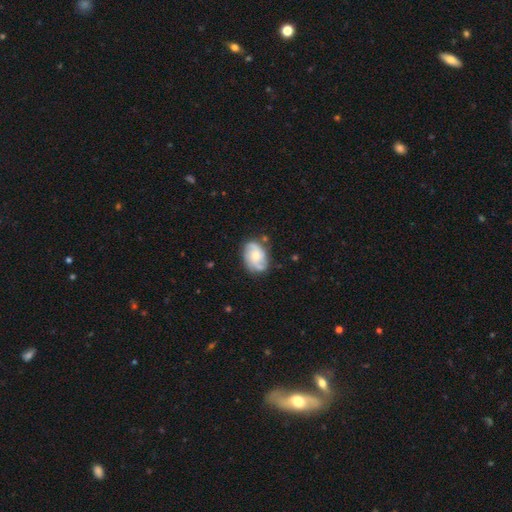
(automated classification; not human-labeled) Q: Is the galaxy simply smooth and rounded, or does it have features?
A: featured or disk — 70%.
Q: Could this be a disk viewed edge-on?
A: no — 97%.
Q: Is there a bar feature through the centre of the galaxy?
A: no — 69%.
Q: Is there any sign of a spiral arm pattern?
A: yes — 92%.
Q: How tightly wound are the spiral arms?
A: medium — 45%.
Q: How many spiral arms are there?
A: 2 — 40%.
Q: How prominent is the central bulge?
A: moderate — 47%.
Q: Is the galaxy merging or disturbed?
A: none — 70%.